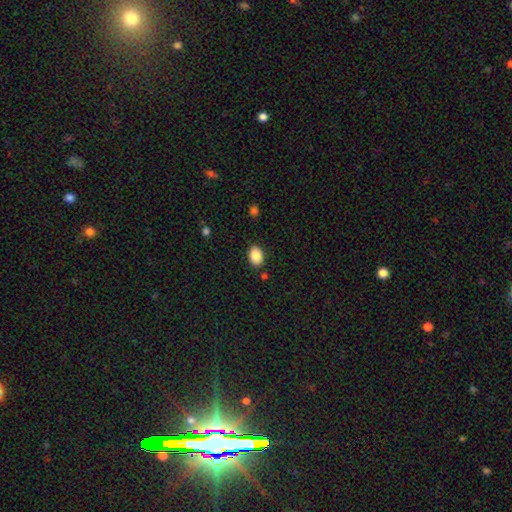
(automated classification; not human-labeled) The model was most divided on "how rounded": in between: 82%, round: 17%, cigar-shaped: 1%. More confident: smooth or featured — smooth (87%); merging — none (86%).